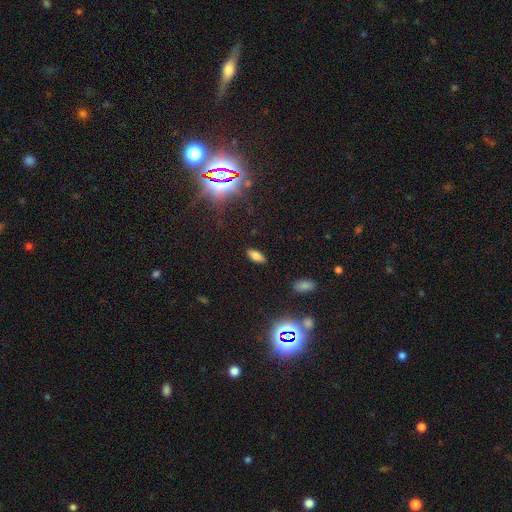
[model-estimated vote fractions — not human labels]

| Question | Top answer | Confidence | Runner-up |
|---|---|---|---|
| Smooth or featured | smooth | 75% | star or artifact (15%) |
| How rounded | in between | 84% | cigar-shaped (13%) |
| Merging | none | 87% | minor disturbance (9%) |